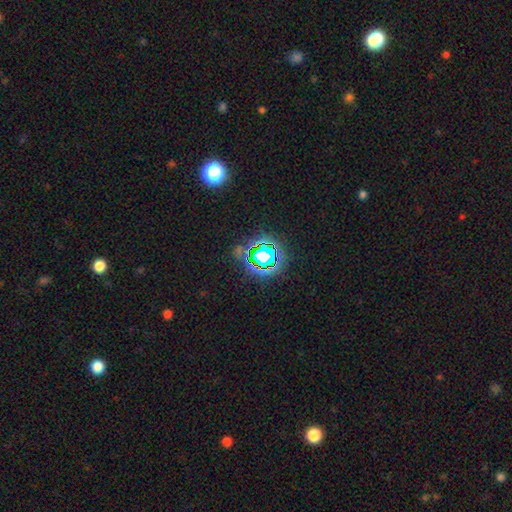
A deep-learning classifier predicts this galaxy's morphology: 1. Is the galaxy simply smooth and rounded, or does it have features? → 77% star or artifact, 14% smooth, 9% featured or disk.